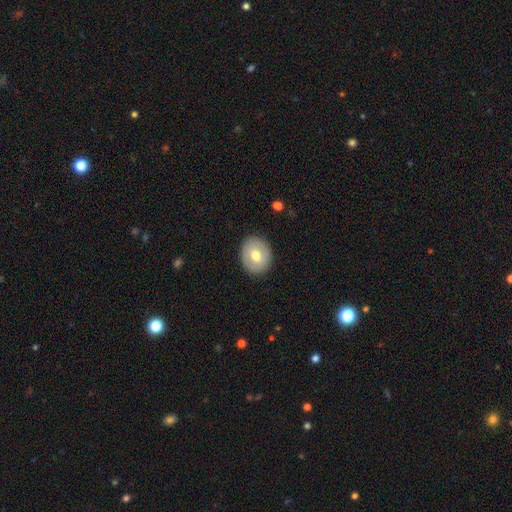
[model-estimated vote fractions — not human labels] smooth-or-featured: smooth: 62% | featured or disk: 31% | star or artifact: 7%
  how-rounded: round: 64% | in between: 36% | cigar-shaped: 1%
  merging: none: 87% | minor disturbance: 9% | major disturbance: 3% | merger: 1%